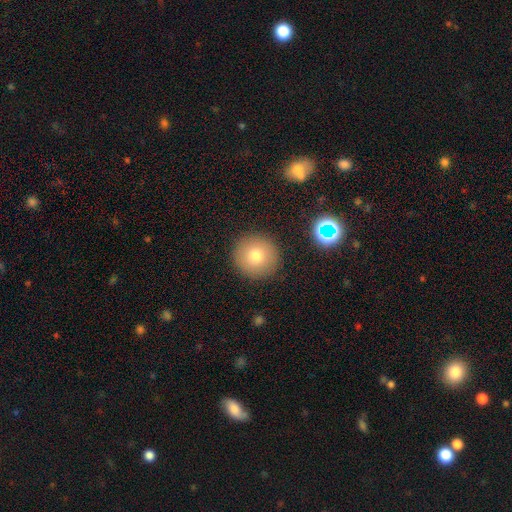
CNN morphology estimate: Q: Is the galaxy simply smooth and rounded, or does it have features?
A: smooth — 75%.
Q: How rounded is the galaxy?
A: round — 95%.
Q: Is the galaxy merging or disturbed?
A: none — 90%.